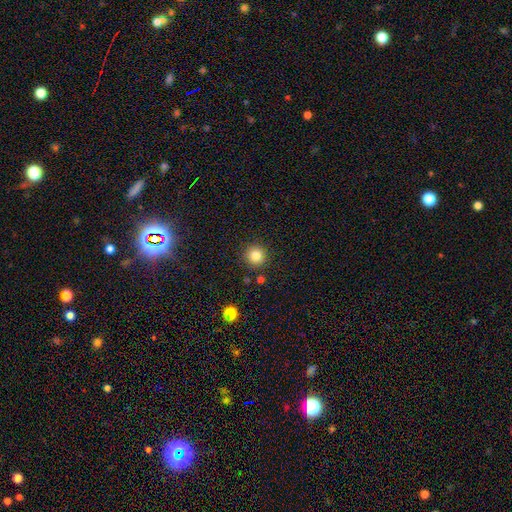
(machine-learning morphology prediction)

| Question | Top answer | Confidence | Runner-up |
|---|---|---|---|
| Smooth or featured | smooth | 84% | star or artifact (11%) |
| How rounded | round | 95% | in between (4%) |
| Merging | none | 90% | minor disturbance (6%) |